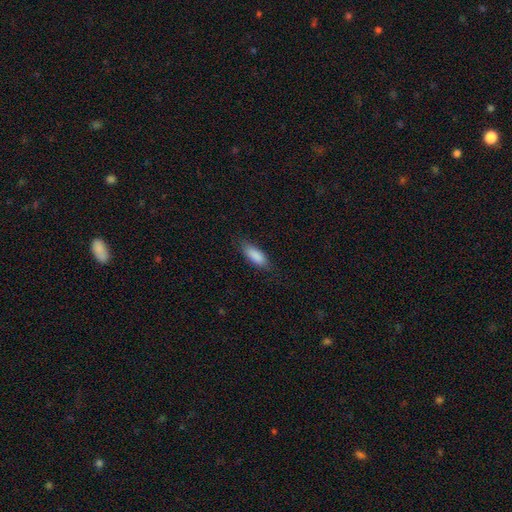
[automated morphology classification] A smooth galaxy with no disk features (87%) that is in between round and cigar-shaped (71%).

Vote fractions:
- Smooth or featured? smooth: 87% / featured or disk: 7% / star or artifact: 6%
- How rounded? in between: 71% / cigar-shaped: 27% / round: 2%
- Merging? none: 78% / minor disturbance: 17% / major disturbance: 4% / merger: 1%